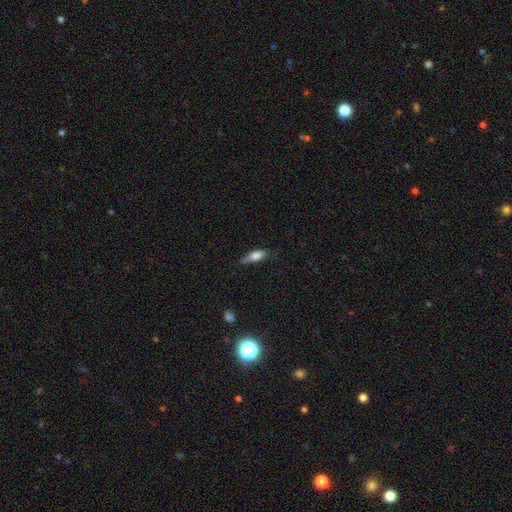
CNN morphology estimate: A smooth galaxy with no disk features (69%) that is in between round and cigar-shaped (60%).

Vote fractions:
- Smooth or featured? smooth: 69% / featured or disk: 24% / star or artifact: 7%
- How rounded? in between: 60% / cigar-shaped: 36% / round: 3%
- Merging? none: 60% / minor disturbance: 30% / major disturbance: 8% / merger: 2%